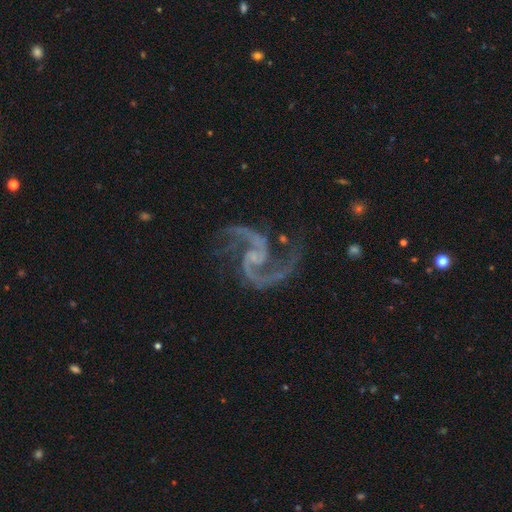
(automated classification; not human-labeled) A featured or disk galaxy (94%) with a weak bar (44%), 2 (94%) medium (57%) spiral arms (99%) and a small central bulge (54%). Merging: none (73%).